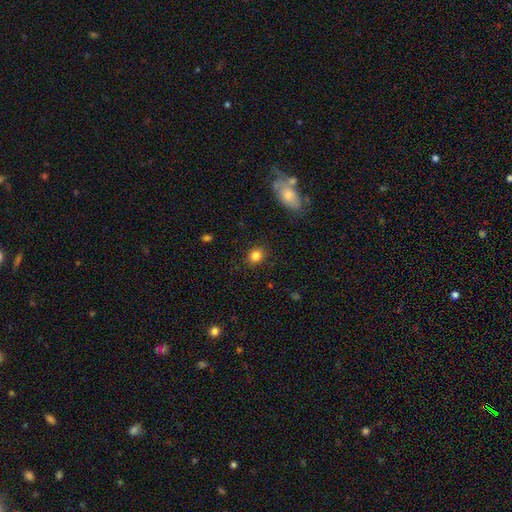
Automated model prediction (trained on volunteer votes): This appears to be a smooth galaxy with no disk features (84%) that is round (69%). Merging: none (87%).